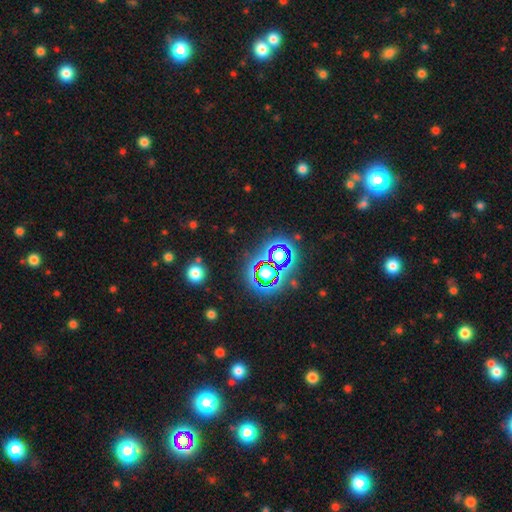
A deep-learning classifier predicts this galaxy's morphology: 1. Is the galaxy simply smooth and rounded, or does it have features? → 68% star or artifact, 23% smooth, 9% featured or disk.